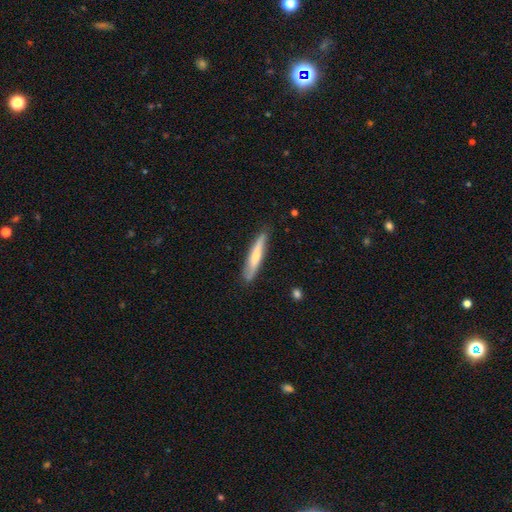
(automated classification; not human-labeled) smooth_or_featured: smooth (p=0.51) [alt: featured or disk p=0.42]
how_rounded: cigar-shaped (p=0.92) [alt: in between p=0.06]
merging: none (p=0.86) [alt: minor disturbance p=0.11]